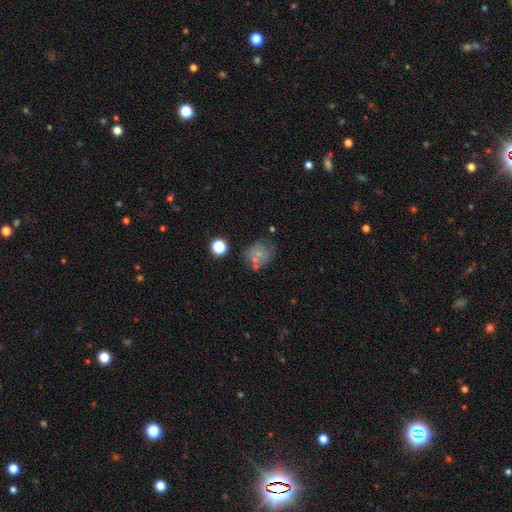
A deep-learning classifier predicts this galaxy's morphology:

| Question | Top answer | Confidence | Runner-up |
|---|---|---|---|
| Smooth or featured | smooth | 63% | featured or disk (20%) |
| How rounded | round | 69% | in between (30%) |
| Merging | none | 60% | minor disturbance (18%) |